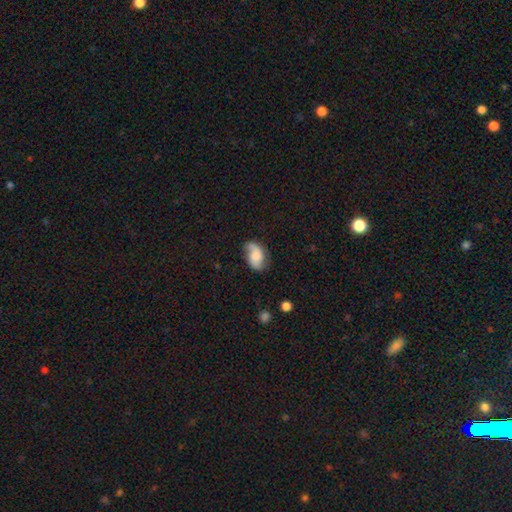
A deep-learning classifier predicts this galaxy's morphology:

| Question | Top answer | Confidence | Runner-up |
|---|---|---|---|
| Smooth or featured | featured or disk | 49% | smooth (43%) |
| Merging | none | 59% | minor disturbance (27%) |